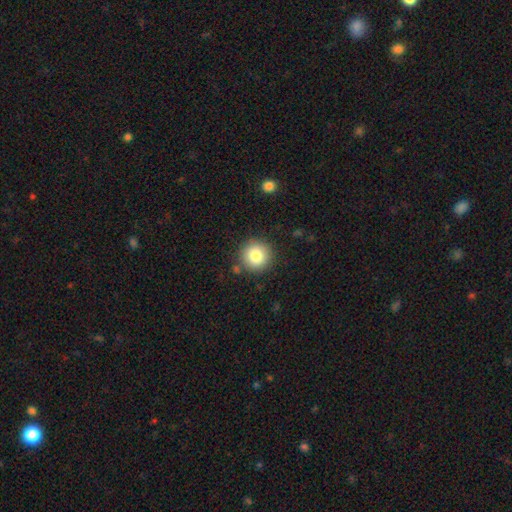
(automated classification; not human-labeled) Smooth or featured?
  - smooth: 82% *
  - star or artifact: 10%
  - featured or disk: 8%
How rounded?
  - round: 95% *
  - in between: 5%
  - cigar-shaped: 1%
Merging?
  - none: 86% *
  - minor disturbance: 8%
  - merger: 3%
  - major disturbance: 3%